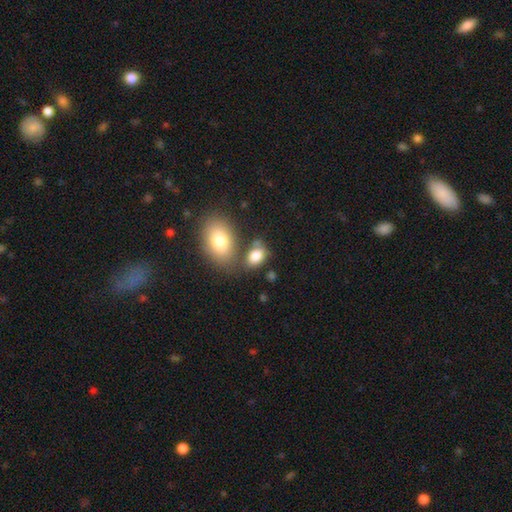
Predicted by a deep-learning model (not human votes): Smooth or featured?
  - smooth: 82% *
  - featured or disk: 10%
  - star or artifact: 9%
How rounded?
  - in between: 82% *
  - round: 17%
  - cigar-shaped: 2%
Merging?
  - none: 50% *
  - merger: 24%
  - minor disturbance: 18%
  - major disturbance: 8%